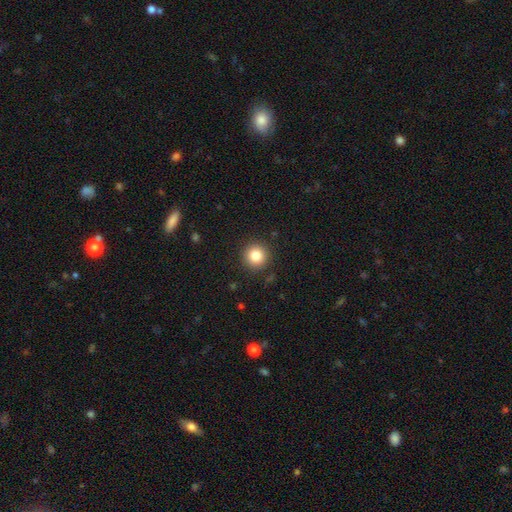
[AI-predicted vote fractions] A smooth galaxy with no disk features (83%) that is round (95%). Merging: none (91%).